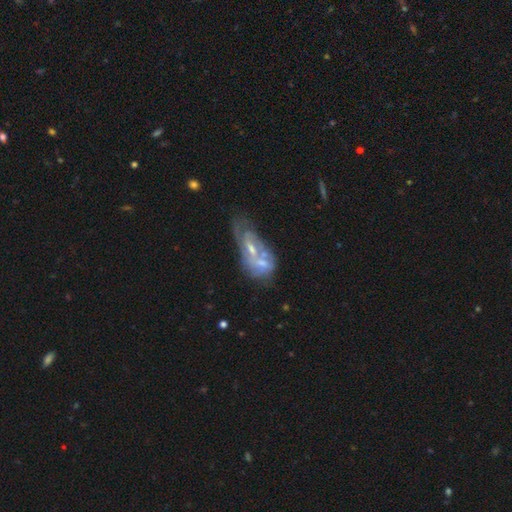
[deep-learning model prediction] Overall: featured or disk (67%). Edge-on disk: no (92%). Bar: no (60%; weak 30%). Spiral arms: yes (53%; no 47%). Bulge size: small (48%; moderate 39%). Merging: merger (50%; none 23%).